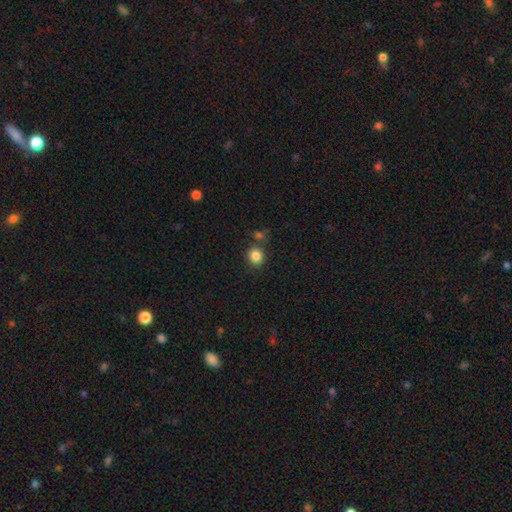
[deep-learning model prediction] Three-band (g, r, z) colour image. It shows a smooth galaxy with no disk features (85%) that is round (80%). Merging: none (76%).